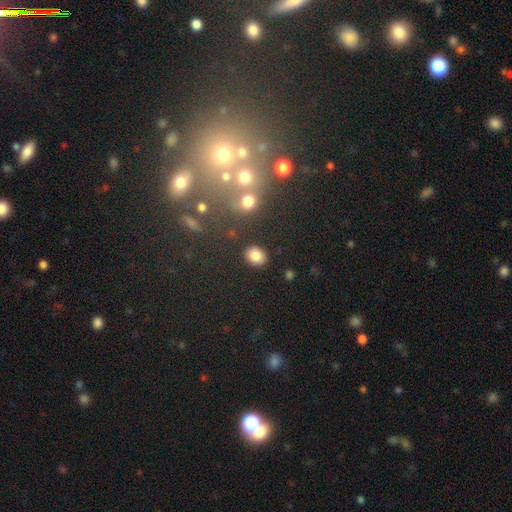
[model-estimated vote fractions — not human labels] smooth 84%, star or artifact 11%, featured or disk 6%. Down the decision tree: how rounded — in between (54%); merging — none (86%).